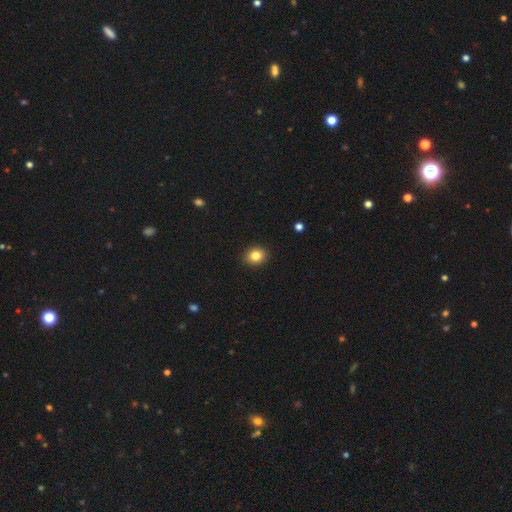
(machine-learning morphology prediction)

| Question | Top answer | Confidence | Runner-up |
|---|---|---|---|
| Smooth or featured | smooth | 84% | star or artifact (10%) |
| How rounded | round | 57% | in between (42%) |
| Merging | none | 90% | minor disturbance (7%) |